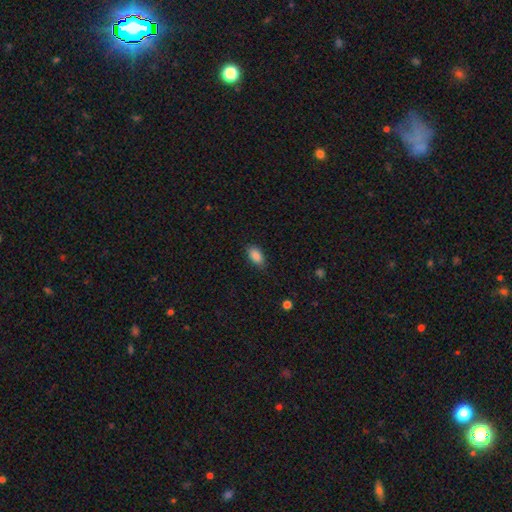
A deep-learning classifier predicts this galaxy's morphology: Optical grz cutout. It shows a smooth galaxy with no disk features (87%) that is in between round and cigar-shaped (91%). Merging: none (81%).